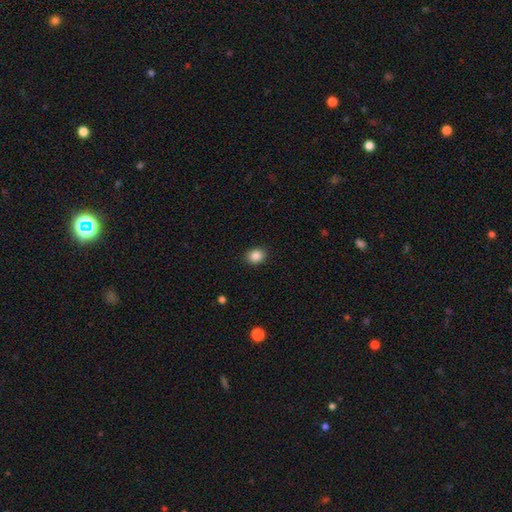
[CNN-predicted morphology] Smooth or featured: smooth — 87% (star or artifact — 9%)
How rounded: round — 60% (in between — 39%)
Merging: none — 90% (minor disturbance — 7%)